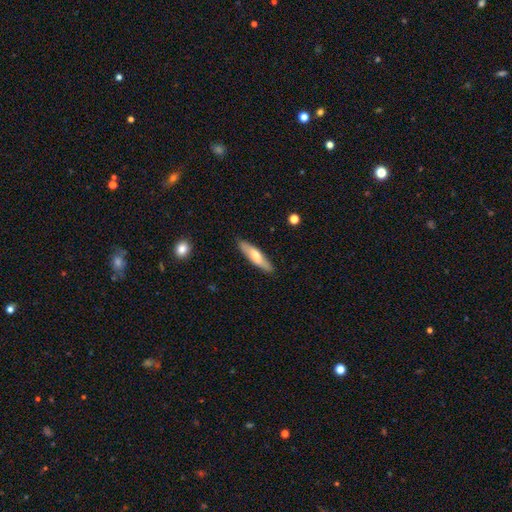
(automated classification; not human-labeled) Smooth or featured? smooth (62%)
How rounded? cigar-shaped (72%)
Merging? none (86%)